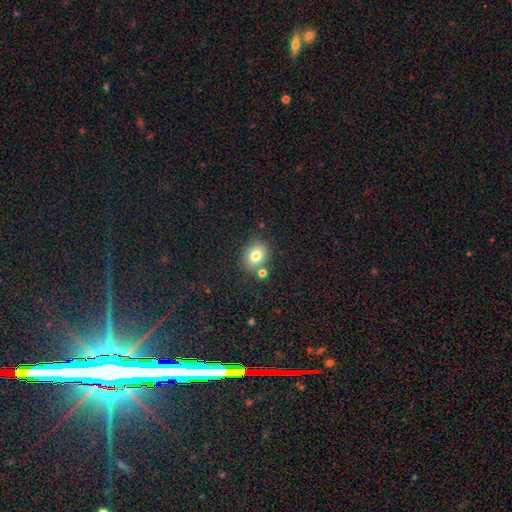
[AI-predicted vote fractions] Overall: smooth (79%). How rounded: round (59%; in between 40%). Merging: none (72%).